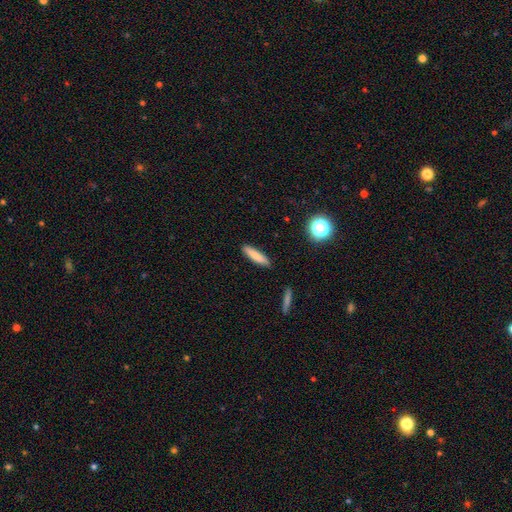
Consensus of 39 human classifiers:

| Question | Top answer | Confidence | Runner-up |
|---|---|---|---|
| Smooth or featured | smooth | 77% | featured or disk (18%) |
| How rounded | cigar-shaped | 83% | in between (17%) |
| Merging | none | 86% | minor disturbance (8%) |